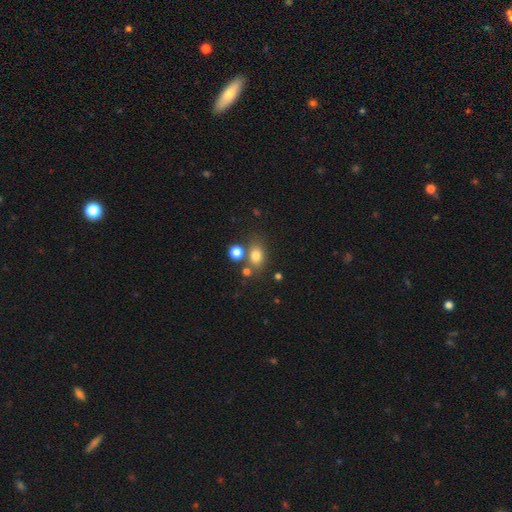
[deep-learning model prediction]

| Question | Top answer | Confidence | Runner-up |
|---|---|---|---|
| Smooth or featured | smooth | 78% | star or artifact (14%) |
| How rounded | in between | 54% | round (45%) |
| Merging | none | 64% | merger (19%) |